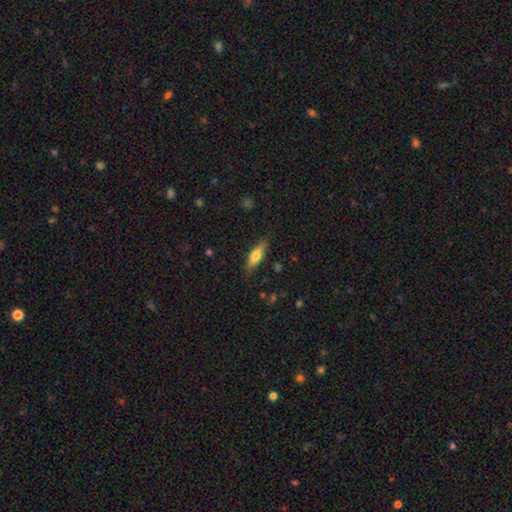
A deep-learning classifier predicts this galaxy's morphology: A smooth galaxy with no disk features (65%) that is in between round and cigar-shaped (51%).

Vote fractions:
- Smooth or featured? smooth: 65% / featured or disk: 29% / star or artifact: 6%
- How rounded? in between: 51% / cigar-shaped: 47% / round: 3%
- Merging? none: 84% / minor disturbance: 13% / major disturbance: 3% / merger: 1%